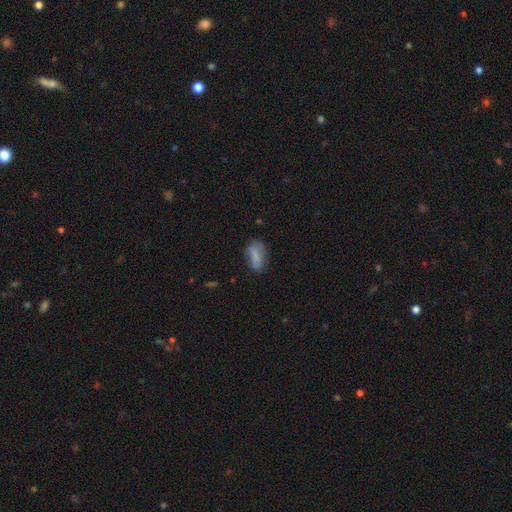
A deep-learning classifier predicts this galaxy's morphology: Smooth or featured? smooth (80%)
How rounded? in between (82%)
Merging? none (60%)